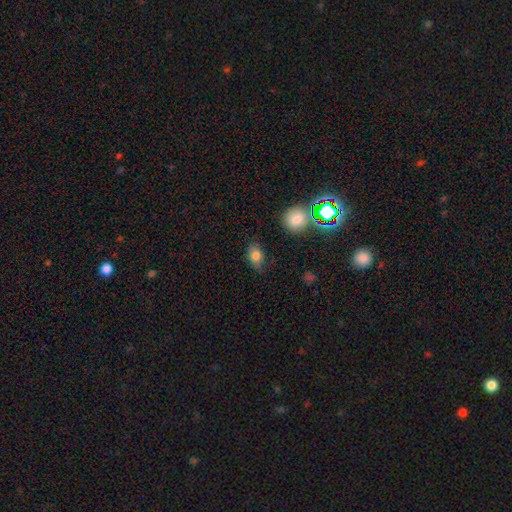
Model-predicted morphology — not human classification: A smooth galaxy with no disk features (79%) that is in between round and cigar-shaped (76%).

Vote fractions:
- Smooth or featured? smooth: 79% / star or artifact: 12% / featured or disk: 9%
- How rounded? in between: 76% / round: 22% / cigar-shaped: 2%
- Merging? none: 74% / minor disturbance: 19% / major disturbance: 4% / merger: 2%